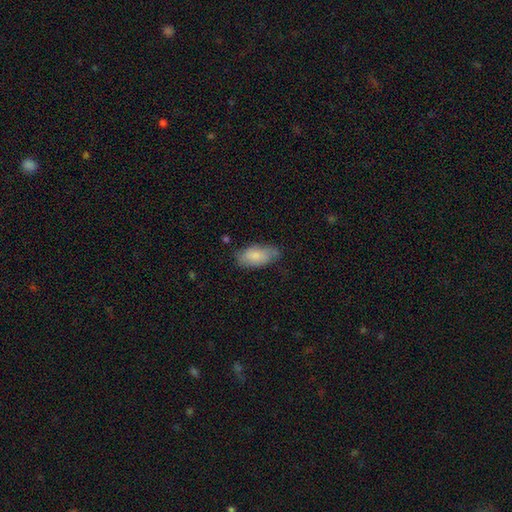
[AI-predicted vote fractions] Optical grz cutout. It shows a smooth galaxy with no disk features (81%) that is in between round and cigar-shaped (92%). Merging: none (65%).